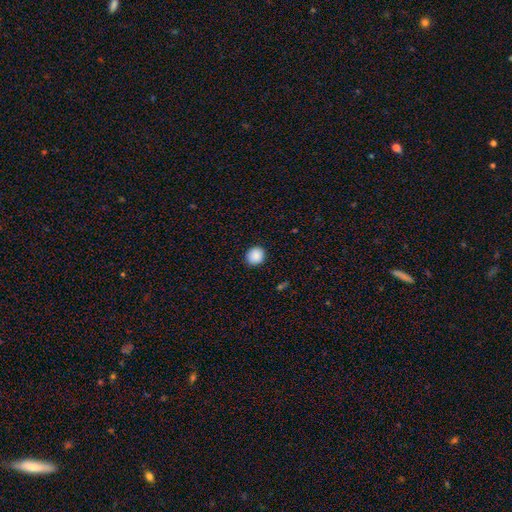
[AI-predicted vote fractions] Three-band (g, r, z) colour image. It shows a smooth galaxy with no disk features (89%) that is round (85%). Merging: none (91%).